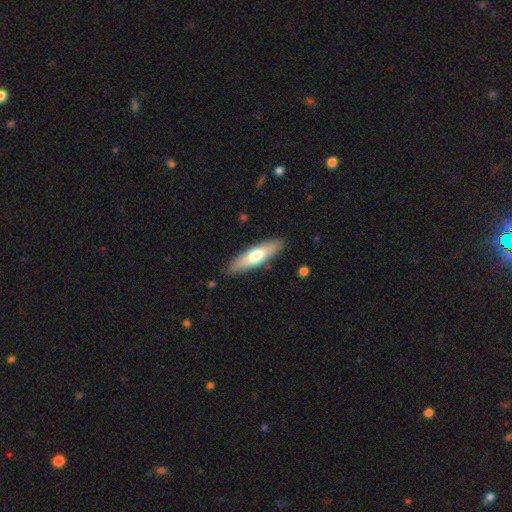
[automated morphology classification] smooth-or-featured: smooth: 58% | featured or disk: 37% | star or artifact: 5%
  how-rounded: cigar-shaped: 67% | in between: 31% | round: 2%
  merging: none: 88% | minor disturbance: 9% | major disturbance: 2% | merger: 1%